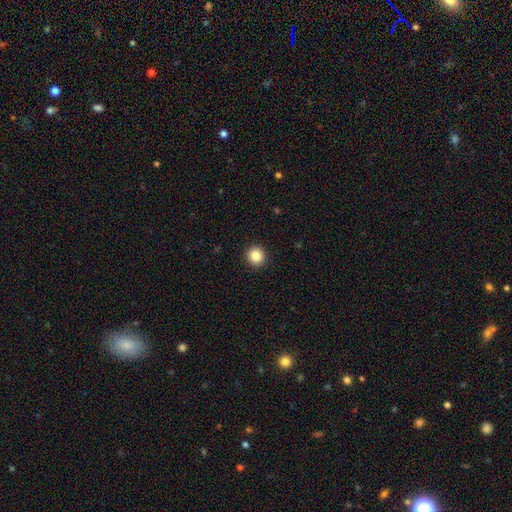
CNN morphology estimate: smooth 86%, star or artifact 10%, featured or disk 4%. Down the decision tree: how rounded — round (94%); merging — none (93%).